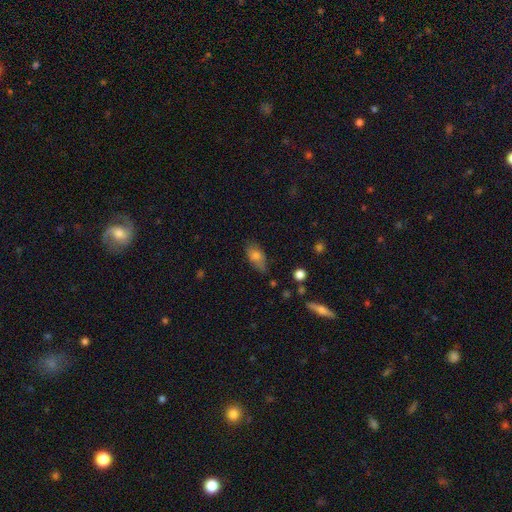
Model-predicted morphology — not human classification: type=smooth (74%); roundness=in between (85%); merging=none (63%).